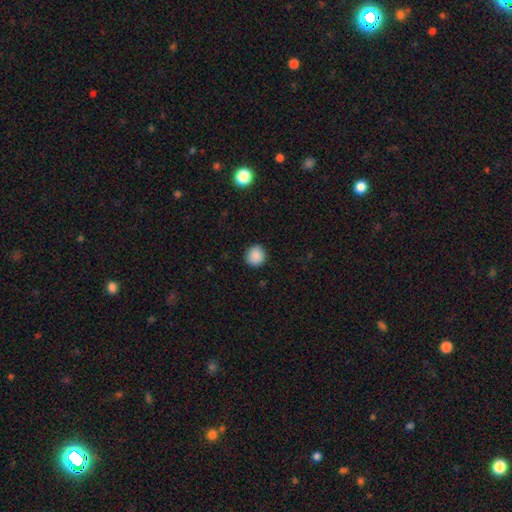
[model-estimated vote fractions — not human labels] Smooth or featured: smooth — 89% (star or artifact — 9%)
How rounded: round — 89% (in between — 10%)
Merging: none — 89% (minor disturbance — 8%)